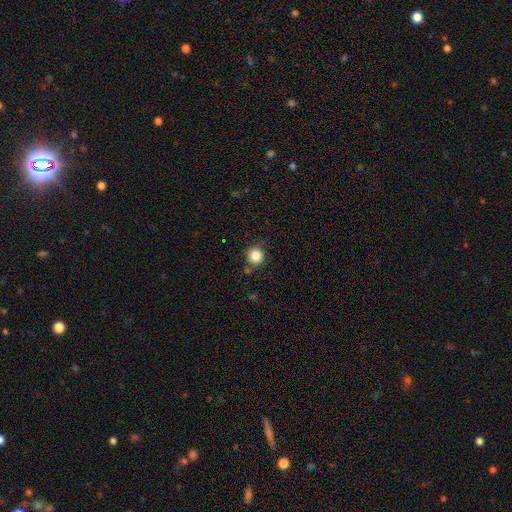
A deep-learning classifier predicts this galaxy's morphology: A smooth galaxy with no disk features (85%) that is round (91%). Merging: none (78%).